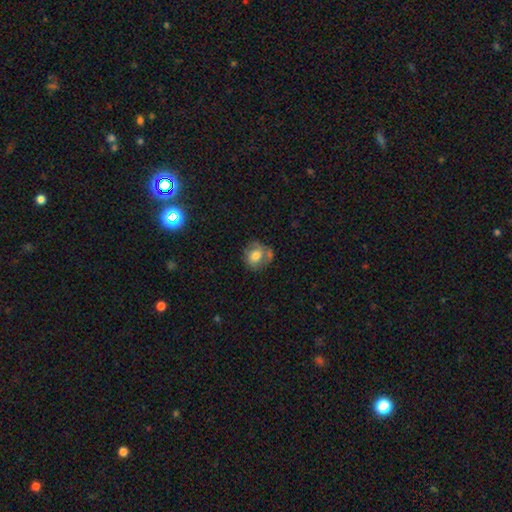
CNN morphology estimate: Smooth or featured? Predicted: smooth (p=0.67). How rounded? Predicted: round (p=0.75). Merging? Predicted: none (p=0.51).